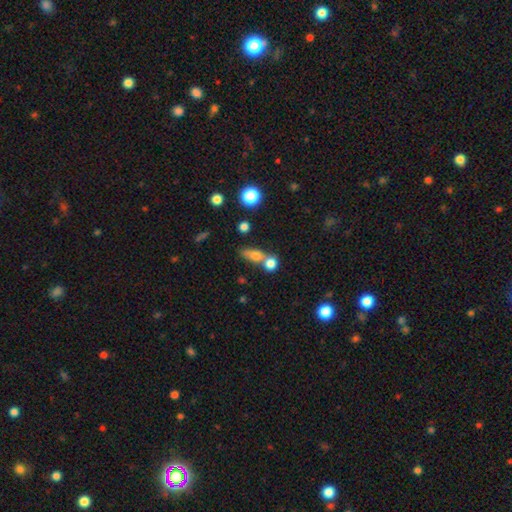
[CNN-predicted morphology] type=smooth (72%); roundness=in between (51%); merging=merger (44%).